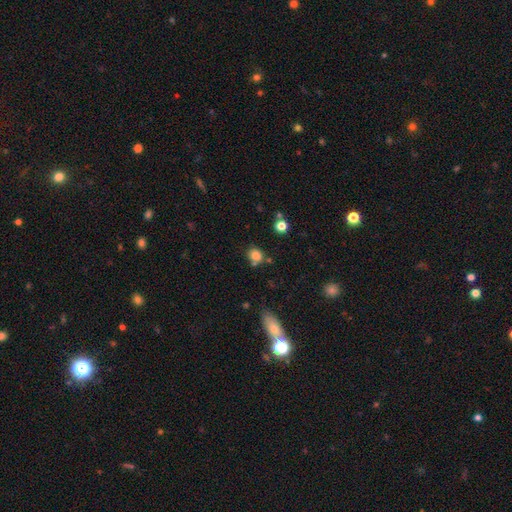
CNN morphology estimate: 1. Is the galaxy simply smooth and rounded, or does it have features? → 81% smooth, 13% star or artifact, 6% featured or disk.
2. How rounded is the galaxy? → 76% round, 23% in between, 1% cigar-shaped.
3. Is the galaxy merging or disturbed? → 68% none, 14% minor disturbance, 13% merger, 4% major disturbance.